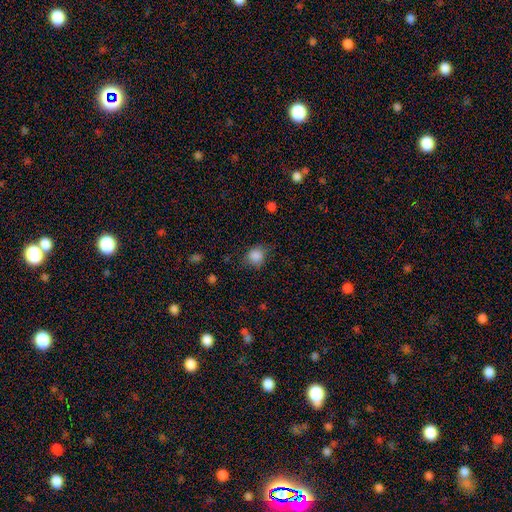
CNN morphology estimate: A smooth galaxy with no disk features (86%) that is round (74%).

Vote fractions:
- Smooth or featured? smooth: 86% / star or artifact: 10% / featured or disk: 4%
- How rounded? round: 74% / in between: 25% / cigar-shaped: 1%
- Merging? none: 73% / minor disturbance: 20% / major disturbance: 6% / merger: 1%